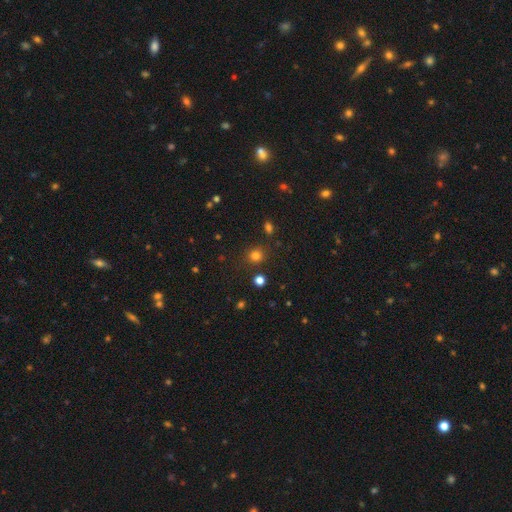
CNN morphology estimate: Smooth or featured?
  - smooth: 78% *
  - star or artifact: 17%
  - featured or disk: 5%
How rounded?
  - round: 88% *
  - in between: 11%
  - cigar-shaped: 1%
Merging?
  - none: 85% *
  - minor disturbance: 8%
  - merger: 4%
  - major disturbance: 3%